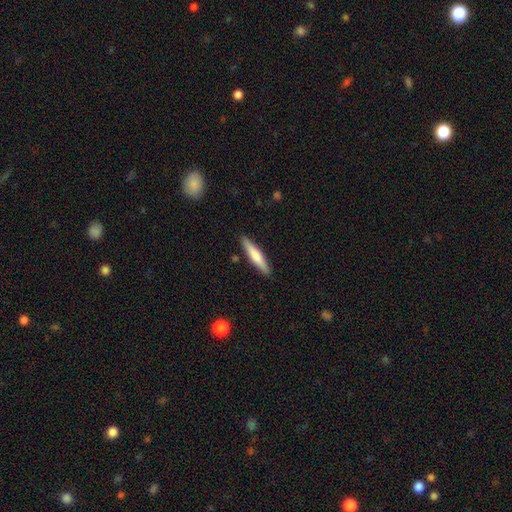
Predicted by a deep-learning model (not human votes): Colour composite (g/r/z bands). It shows a smooth galaxy with no disk features (65%) that is cigar-shaped (89%). Merging: none (89%).